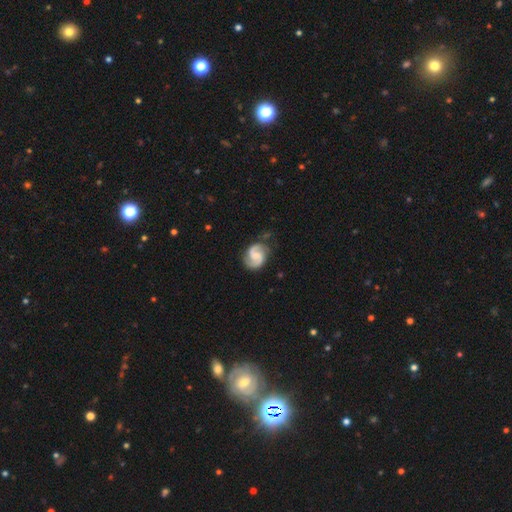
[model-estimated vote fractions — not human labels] The model was most divided on "bar": weak: 47%, no: 42%, strong: 11%. Remaining: edge-on disk — no (98%); spiral arms — yes (98%); spiral arm count — 2 (93%); smooth or featured — featured or disk (87%); merging — none (75%); spiral winding — medium (55%); bulge size — small (44%).